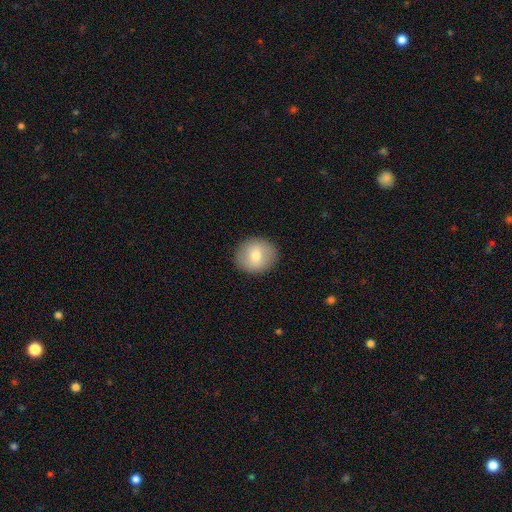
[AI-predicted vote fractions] A smooth galaxy with no disk features (74%) that is round (78%). Merging: none (89%).